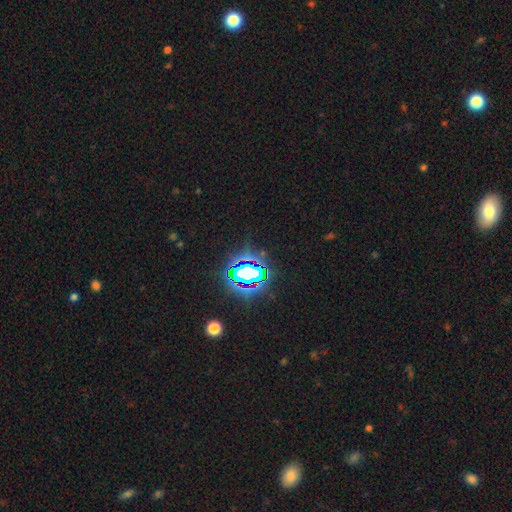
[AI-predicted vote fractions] smooth-or-featured: star or artifact: 80% | smooth: 13% | featured or disk: 7%